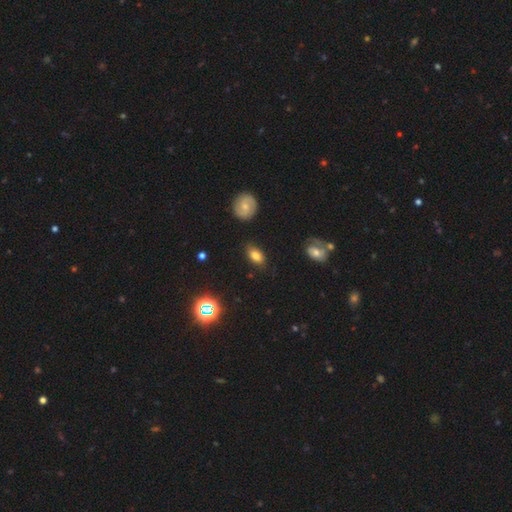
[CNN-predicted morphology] Smooth or featured: smooth — 74% (featured or disk — 14%)
How rounded: in between — 90% (round — 7%)
Merging: none — 82% (minor disturbance — 13%)